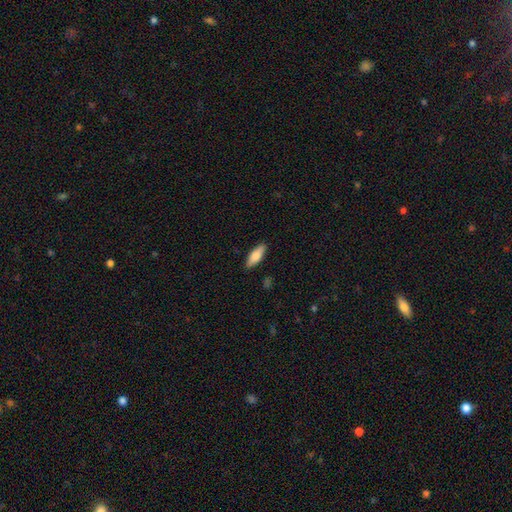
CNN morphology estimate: smooth_or_featured: smooth (p=0.79) [alt: featured or disk p=0.16]
how_rounded: in between (p=0.63) [alt: cigar-shaped p=0.35]
merging: none (p=0.87) [alt: minor disturbance p=0.10]